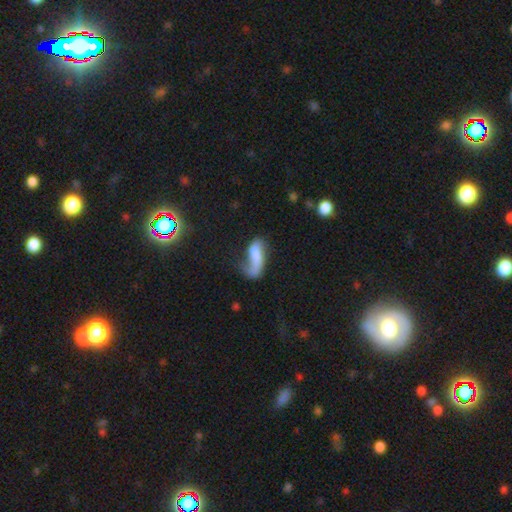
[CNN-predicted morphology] Smooth or featured: smooth — 54% (featured or disk — 37%)
How rounded: in between — 65% (cigar-shaped — 32%)
Merging: major disturbance — 40% (none — 29%)